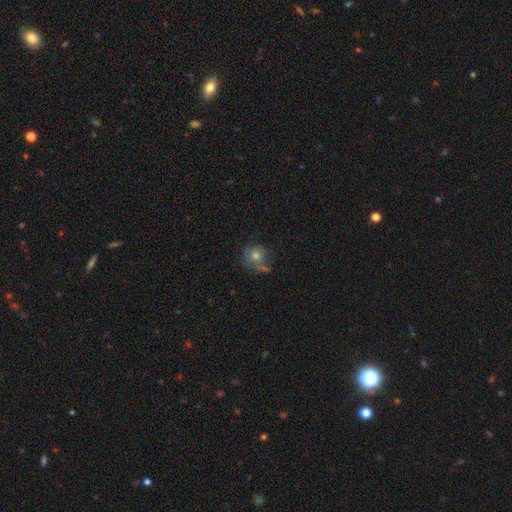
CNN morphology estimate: smooth-or-featured: smooth: 61% | featured or disk: 26% | star or artifact: 13%
  how-rounded: round: 79% | in between: 20% | cigar-shaped: 1%
  merging: none: 48% | minor disturbance: 24% | major disturbance: 17% | merger: 11%